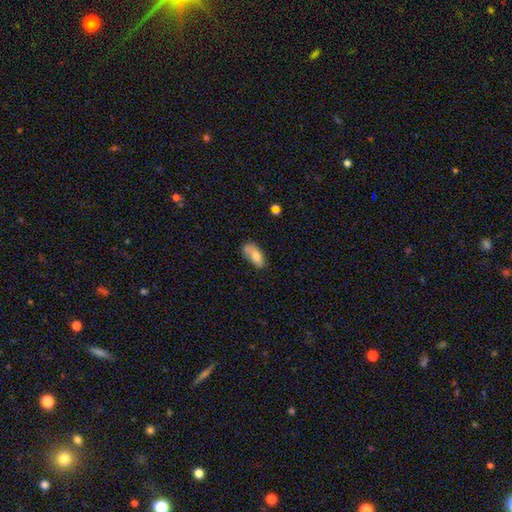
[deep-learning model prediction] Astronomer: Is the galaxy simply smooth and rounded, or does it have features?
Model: smooth — 73%.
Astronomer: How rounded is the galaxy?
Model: in between — 87%.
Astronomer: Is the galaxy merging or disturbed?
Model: none — 47% (runner-up: minor disturbance, 27%).